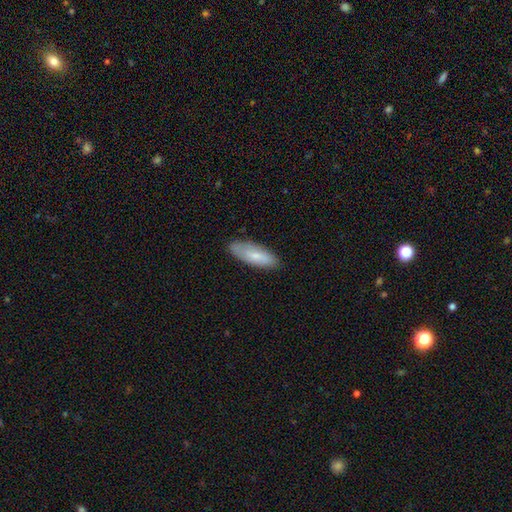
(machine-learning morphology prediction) smooth_or_featured: smooth (p=0.72) [alt: featured or disk p=0.22]
how_rounded: in between (p=0.64) [alt: cigar-shaped p=0.34]
merging: none (p=0.81) [alt: minor disturbance p=0.15]